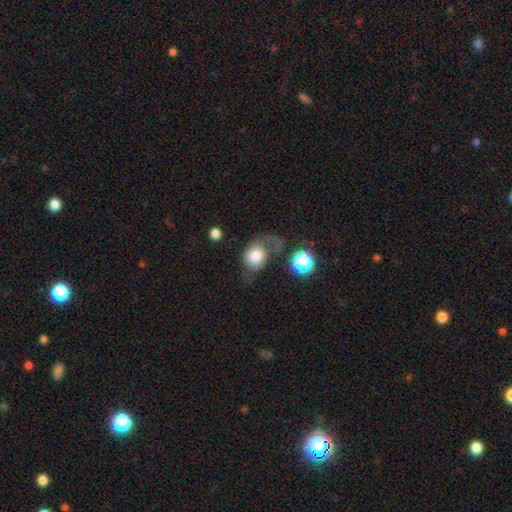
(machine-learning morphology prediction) This is likely a smooth galaxy (73%). How rounded: possibly round (53%). Merging: marginally major disturbance (36%).